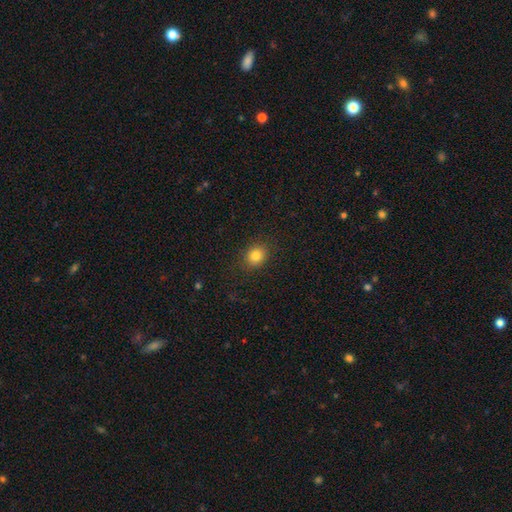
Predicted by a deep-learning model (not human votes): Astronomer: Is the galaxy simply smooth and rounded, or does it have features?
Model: smooth — 83%.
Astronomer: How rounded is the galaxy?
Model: round — 71%.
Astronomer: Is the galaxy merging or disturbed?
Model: none — 88%.